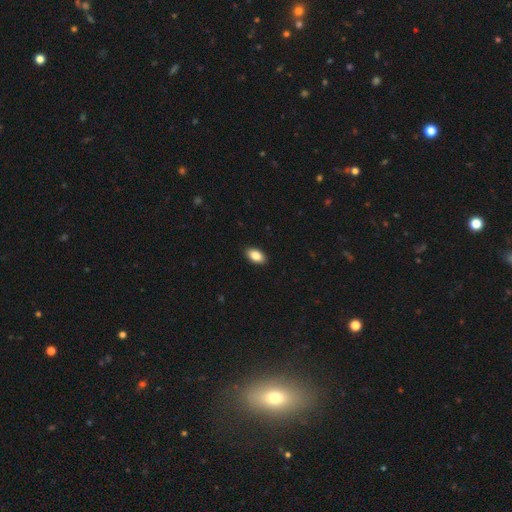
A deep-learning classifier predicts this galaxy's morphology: This is clearly a smooth galaxy (87%). How rounded: clearly in between (93%). Merging: clearly none (90%).